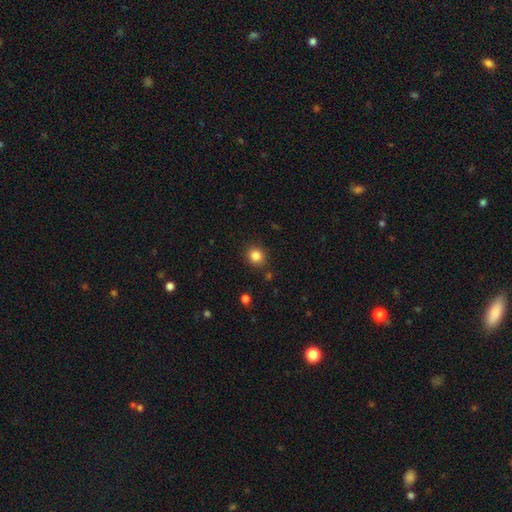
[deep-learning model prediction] Smooth or featured: smooth — 84% (star or artifact — 11%)
How rounded: round — 77% (in between — 22%)
Merging: none — 88% (minor disturbance — 8%)